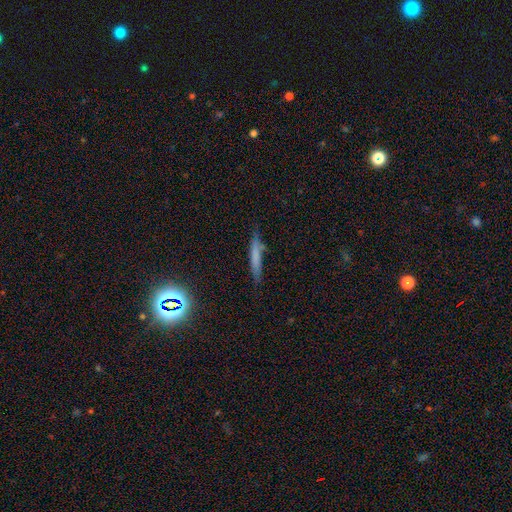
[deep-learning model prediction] Smooth or featured? smooth (64%)
How rounded? cigar-shaped (90%)
Merging? none (72%)